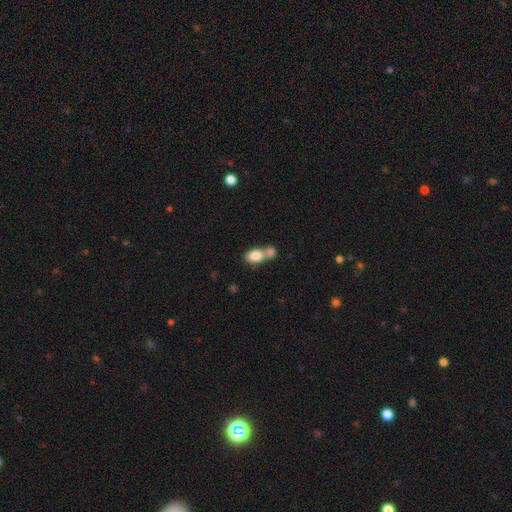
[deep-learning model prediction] Q: Smooth or featured?
A: smooth (81%); runner-up: featured or disk (11%)
Q: How rounded?
A: in between (78%); runner-up: round (20%)
Q: Merging?
A: merger (58%); runner-up: none (30%)